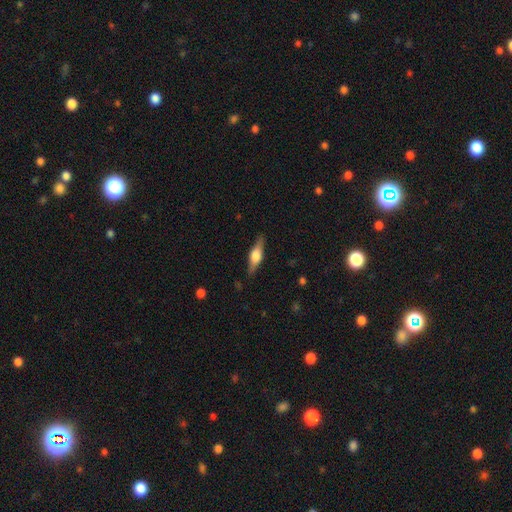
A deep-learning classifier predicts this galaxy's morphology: A featured or disk galaxy (56%) viewed edge-on (95%) with a rounded central bulge (86%).

Vote fractions:
- Smooth or featured? featured or disk: 56% / smooth: 38% / star or artifact: 6%
- Edge-on disk? yes: 95% / no: 5%
- Edge-on bulge? rounded: 86% / boxy: 12% / none: 2%
- Merging? none: 85% / minor disturbance: 12% / major disturbance: 3% / merger: 1%